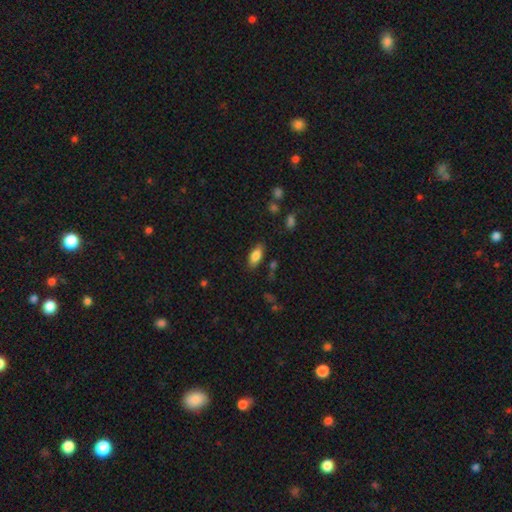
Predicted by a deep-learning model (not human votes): The model was most divided on "merging": none: 83%, minor disturbance: 12%, major disturbance: 3%, merger: 2%. More confident: how rounded — in between (86%); smooth or featured — smooth (84%).